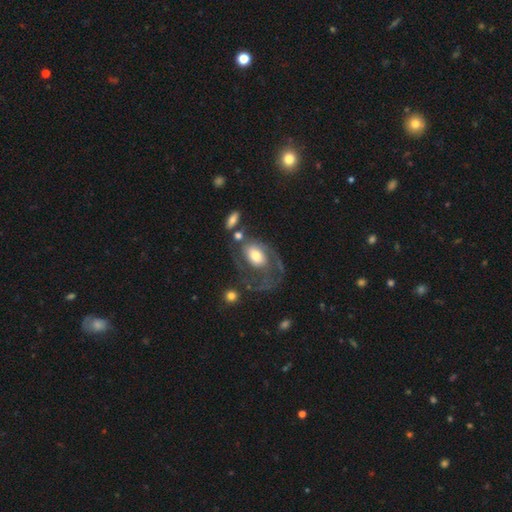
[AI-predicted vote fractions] A featured or disk galaxy (65%) with no bar (68%), spiral arms (78%) and a moderate central bulge (53%).

Vote fractions:
- Smooth or featured? featured or disk: 65% / smooth: 29% / star or artifact: 6%
- Edge-on disk? no: 96% / yes: 4%
- Bar? no: 68% / weak: 25% / strong: 7%
- Spiral arms? yes: 78% / no: 22%
- Bulge size? moderate: 53% / large: 32% / small: 10% / dominant: 3% / none: 2%
- Merging? none: 37% / major disturbance: 36% / minor disturbance: 18% / merger: 9%